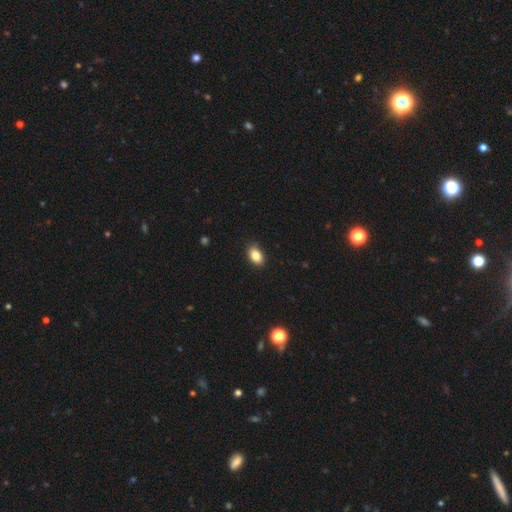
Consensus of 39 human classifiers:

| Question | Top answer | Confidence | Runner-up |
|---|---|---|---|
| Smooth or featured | smooth | 90% | featured or disk (8%) |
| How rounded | in between | 100% | — |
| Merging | none | 92% | minor disturbance (8%) |